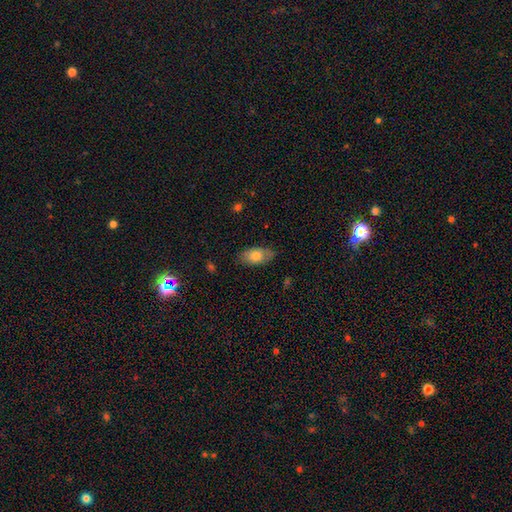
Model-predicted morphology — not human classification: A smooth galaxy with no disk features (76%) that is in between round and cigar-shaped (91%). Merging: none (81%).